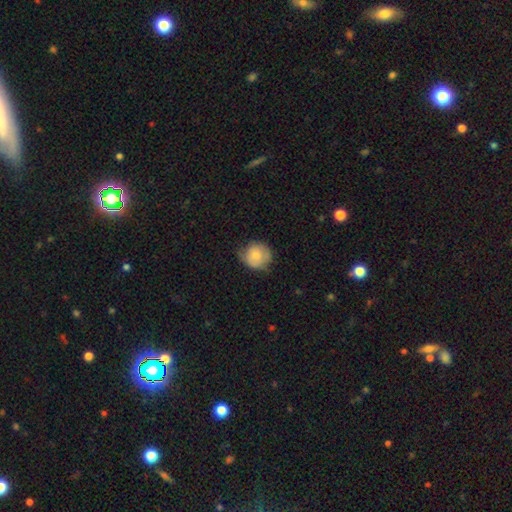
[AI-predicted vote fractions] This appears to be a smooth galaxy with no disk features (75%) that is round (86%). Merging: none (61%).